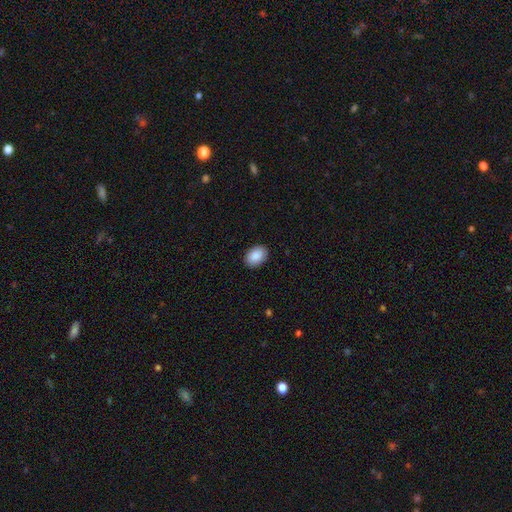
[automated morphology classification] Overall: smooth (90%). How rounded: in between (85%). Merging: none (90%).